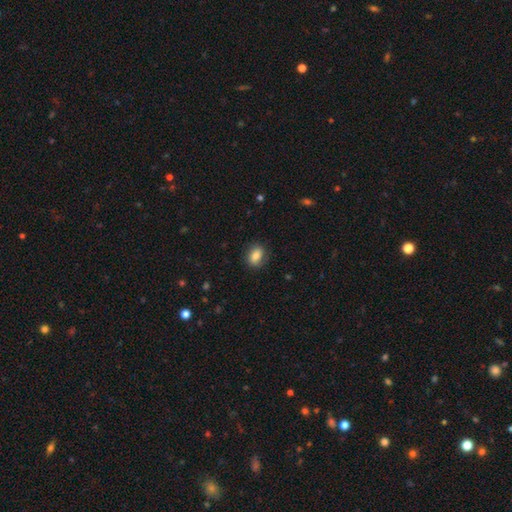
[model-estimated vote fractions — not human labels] This appears to be a smooth galaxy with no disk features (77%) that is in between round and cigar-shaped (72%). Merging: none (79%).